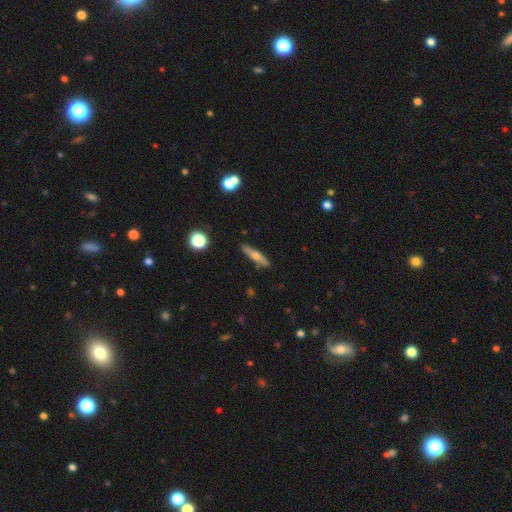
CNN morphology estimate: smooth 51%, featured or disk 42%, star or artifact 8%. Down the decision tree: how rounded — cigar-shaped (81%); merging — none (87%).